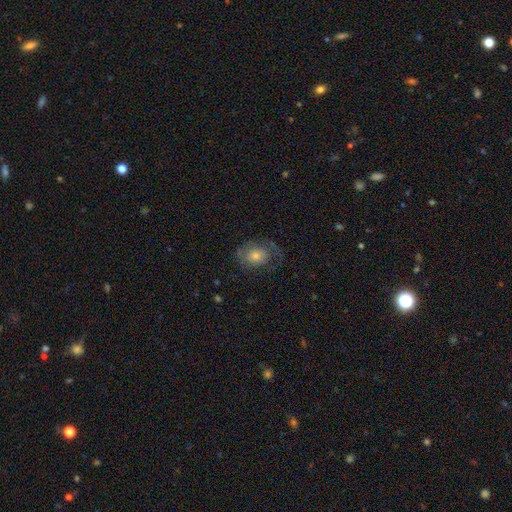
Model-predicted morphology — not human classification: smooth_or_featured: featured or disk (p=0.51) [alt: smooth p=0.39]
disk_edge_on: no (p=0.96) [alt: yes p=0.04]
merging: none (p=0.59) [alt: minor disturbance p=0.20]